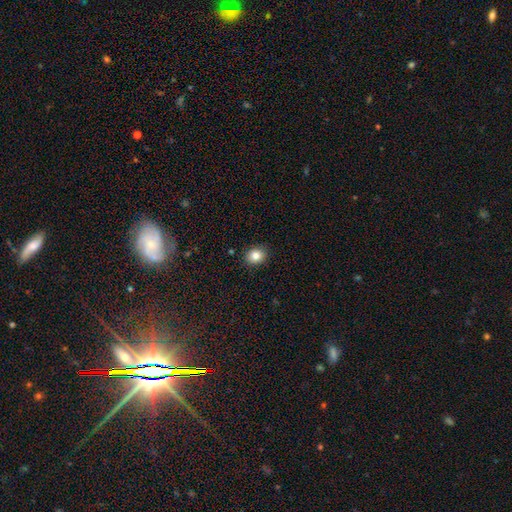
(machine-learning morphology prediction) This is clearly a smooth galaxy (83%). How rounded: possibly round (59%). Merging: clearly none (90%).